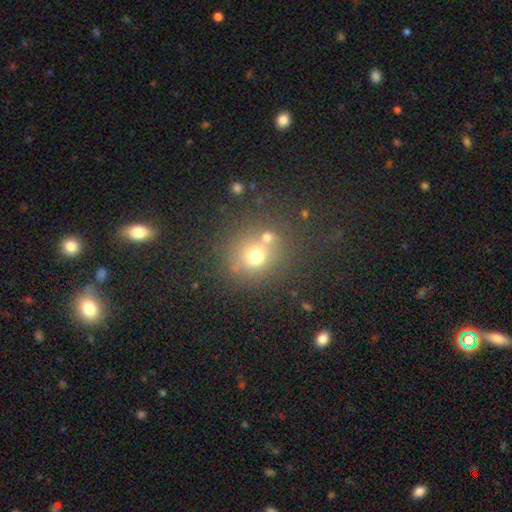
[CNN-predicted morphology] Smooth or featured? smooth (66%)
How rounded? round (82%)
Merging? none (62%)